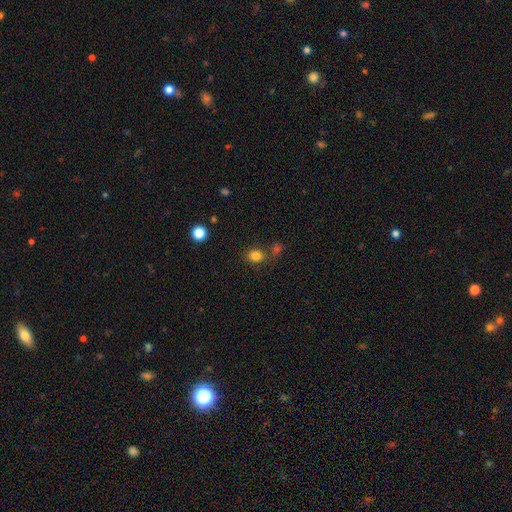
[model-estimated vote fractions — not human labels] Smooth or featured?
  - smooth: 82% *
  - star or artifact: 13%
  - featured or disk: 5%
How rounded?
  - round: 59% *
  - in between: 40%
  - cigar-shaped: 1%
Merging?
  - none: 68% *
  - merger: 16%
  - minor disturbance: 11%
  - major disturbance: 4%